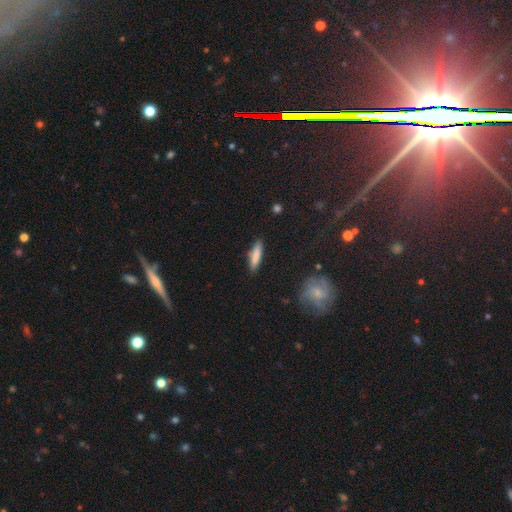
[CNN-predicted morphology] Smooth or featured?
  - smooth: 80% *
  - featured or disk: 14%
  - star or artifact: 6%
How rounded?
  - cigar-shaped: 78% *
  - in between: 20%
  - round: 2%
Merging?
  - none: 86% *
  - minor disturbance: 10%
  - major disturbance: 2%
  - merger: 2%